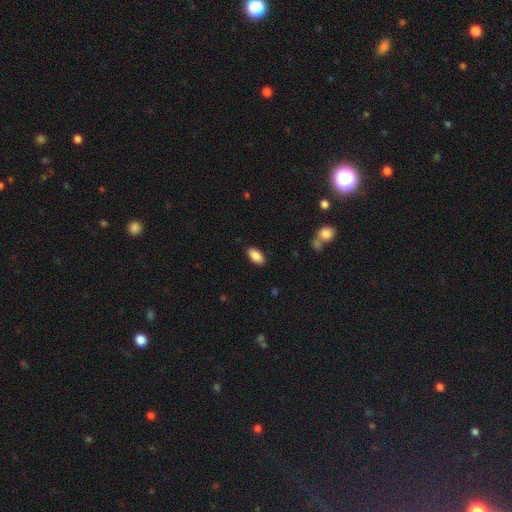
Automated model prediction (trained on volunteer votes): Smooth or featured?
  - smooth: 88% *
  - star or artifact: 7%
  - featured or disk: 5%
How rounded?
  - in between: 93% *
  - cigar-shaped: 4%
  - round: 3%
Merging?
  - none: 88% *
  - minor disturbance: 9%
  - major disturbance: 2%
  - merger: 1%